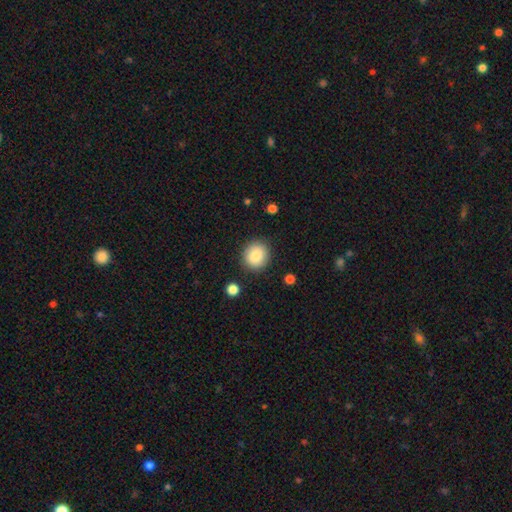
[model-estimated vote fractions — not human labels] smooth 86%, star or artifact 8%, featured or disk 6%. Down the decision tree: how rounded — round (83%); merging — none (87%).